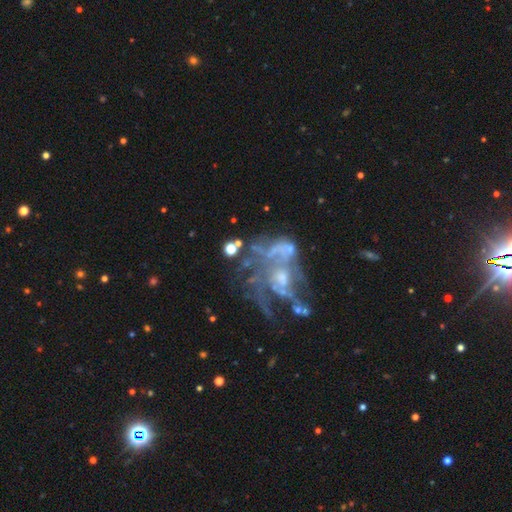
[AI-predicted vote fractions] Morphology: type=featured or disk (71%); edge-on=no (97%); bar=no (78%); spiral arms=no (54%); bulge=small (36%); merging=major disturbance (41%).